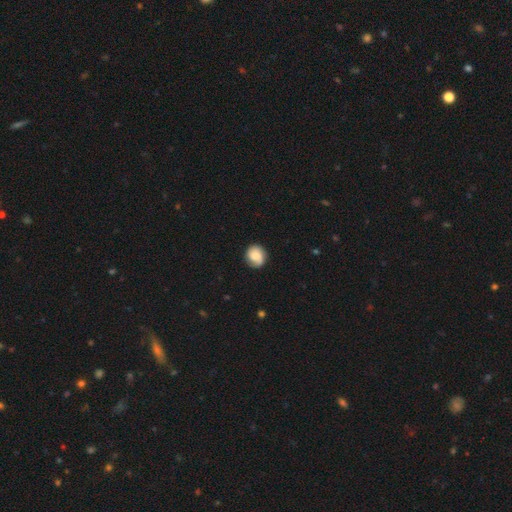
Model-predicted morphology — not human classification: This appears to be a smooth galaxy with no disk features (64%) that is round (77%). Merging: none (77%).